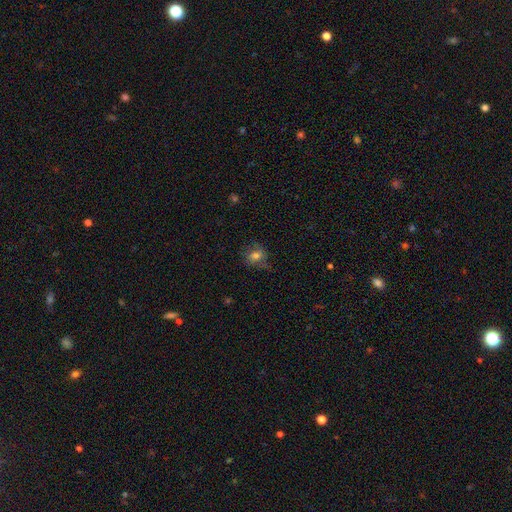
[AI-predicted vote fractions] This is likely a smooth galaxy (66%). How rounded: likely round (64%). Merging: likely none (64%).